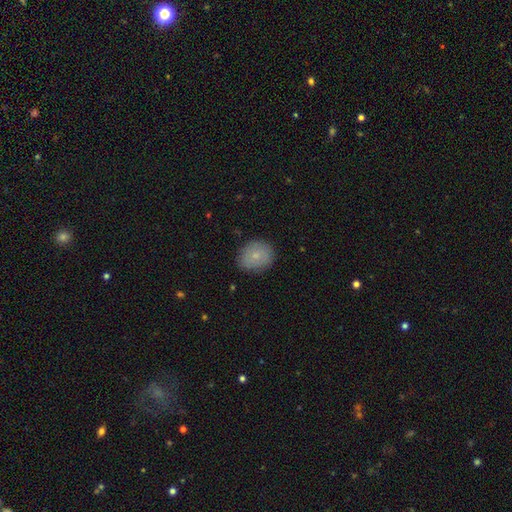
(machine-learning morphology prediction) smooth_or_featured: smooth (p=0.78) [alt: featured or disk p=0.14]
how_rounded: round (p=0.65) [alt: in between p=0.34]
merging: none (p=0.82) [alt: minor disturbance p=0.14]